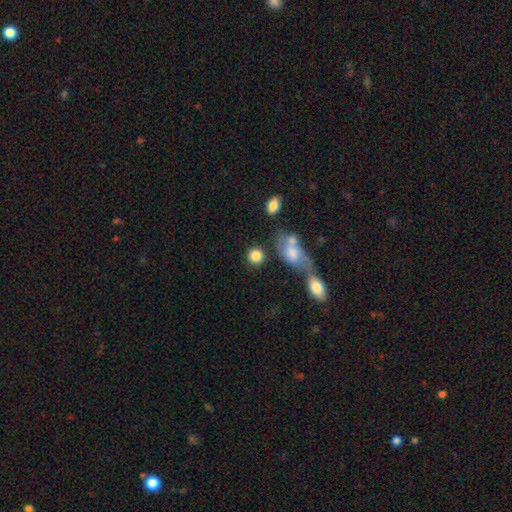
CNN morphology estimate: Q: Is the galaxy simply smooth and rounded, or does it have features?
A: smooth — 84%.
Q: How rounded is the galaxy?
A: round — 81%.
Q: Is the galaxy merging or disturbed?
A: none — 67%.